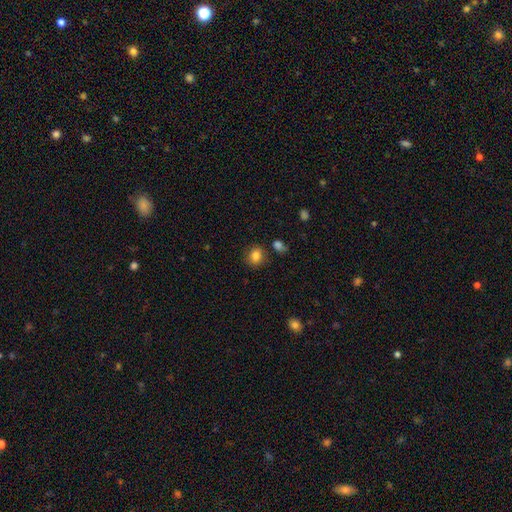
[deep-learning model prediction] Smooth or featured? Predicted: smooth (p=0.84). How rounded? Predicted: round (p=0.73). Merging? Predicted: none (p=0.83).